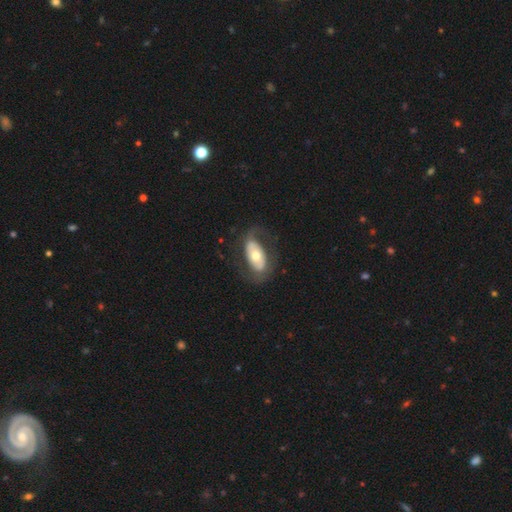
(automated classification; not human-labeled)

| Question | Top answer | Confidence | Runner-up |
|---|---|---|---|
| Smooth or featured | featured or disk | 59% | smooth (36%) |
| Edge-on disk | no | 90% | yes (10%) |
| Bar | no | 60% | strong (21%) |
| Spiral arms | yes | 53% | no (47%) |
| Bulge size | moderate | 65% | small (20%) |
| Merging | none | 70% | minor disturbance (15%) |